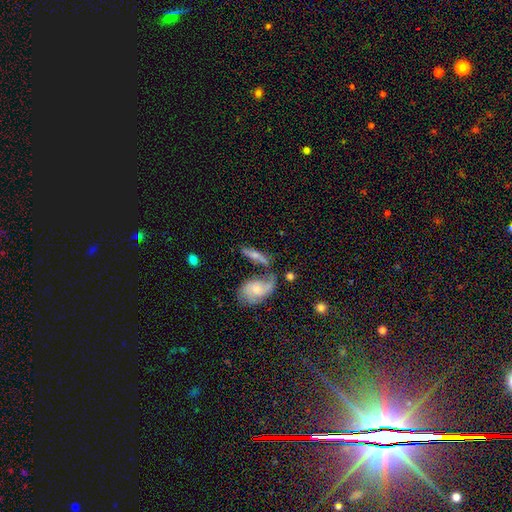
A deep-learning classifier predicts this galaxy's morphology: This appears to be a featured or disk galaxy (46%). Merging: none (41%).